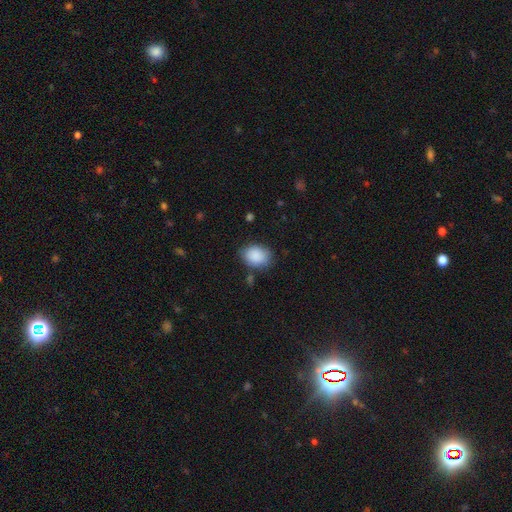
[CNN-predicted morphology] This appears to be a smooth galaxy with no disk features (89%) that is in between round and cigar-shaped (64%). Merging: none (75%).